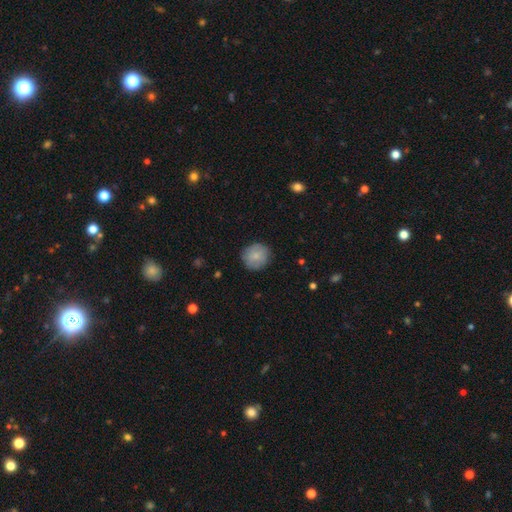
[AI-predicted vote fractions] A smooth galaxy with no disk features (81%) that is round (91%).

Vote fractions:
- Smooth or featured? smooth: 81% / featured or disk: 12% / star or artifact: 7%
- How rounded? round: 91% / in between: 8% / cigar-shaped: 1%
- Merging? none: 85% / minor disturbance: 11% / major disturbance: 3% / merger: 1%